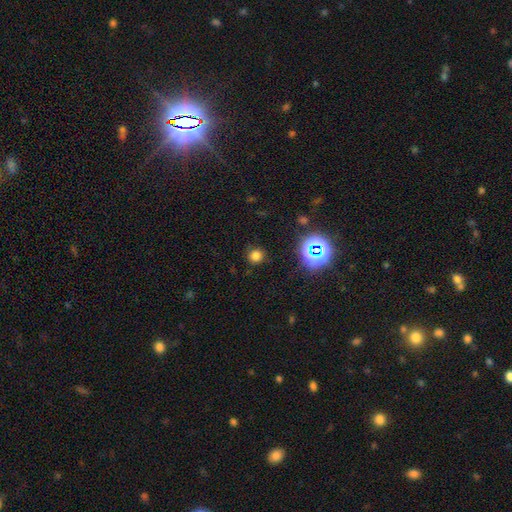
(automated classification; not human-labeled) Overall: smooth (72%). How rounded: round (91%). Merging: none (85%).